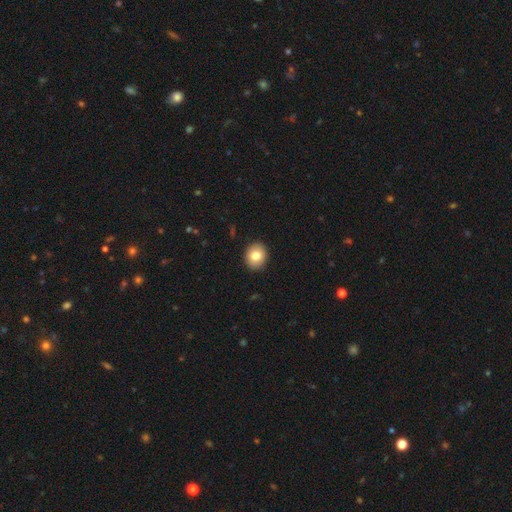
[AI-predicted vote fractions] A smooth galaxy with no disk features (80%) that is round (69%). Merging: none (91%).